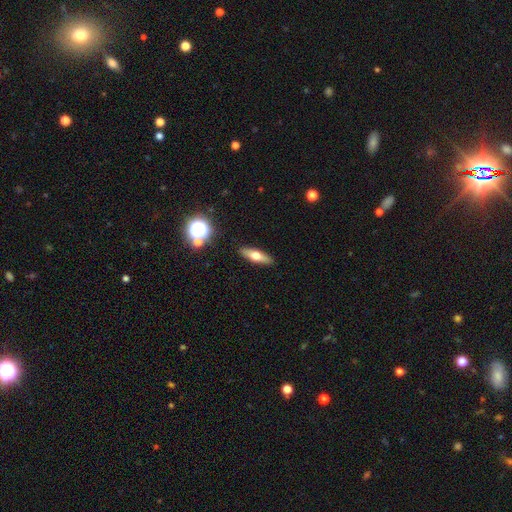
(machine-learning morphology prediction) This is possibly a smooth galaxy (56%). How rounded: possibly cigar-shaped (56%). Merging: clearly none (89%).